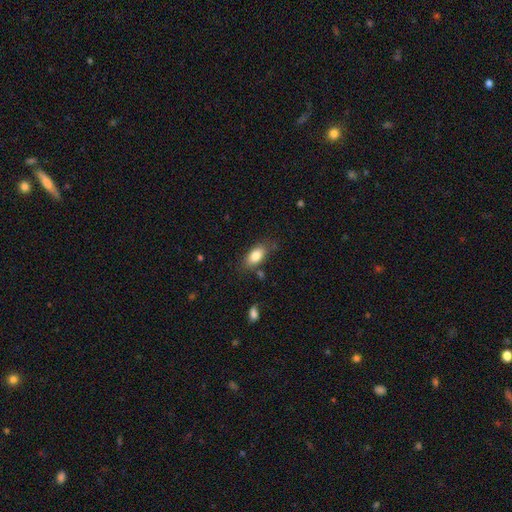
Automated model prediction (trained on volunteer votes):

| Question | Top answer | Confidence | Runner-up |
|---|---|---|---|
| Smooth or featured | smooth | 83% | featured or disk (10%) |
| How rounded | in between | 89% | round (6%) |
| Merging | none | 75% | minor disturbance (17%) |